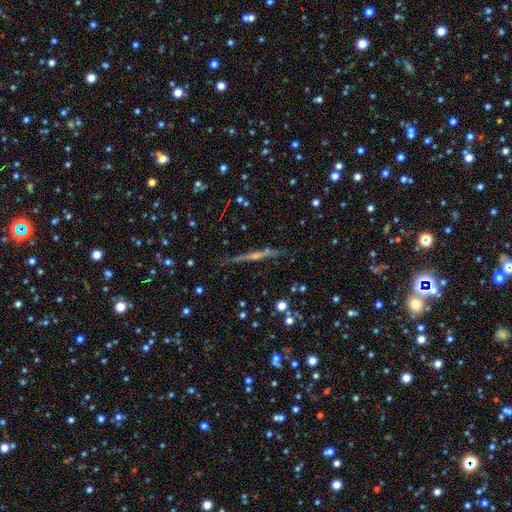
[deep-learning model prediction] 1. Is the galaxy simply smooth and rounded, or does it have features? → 67% featured or disk, 21% smooth, 12% star or artifact.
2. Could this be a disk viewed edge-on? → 96% yes, 4% no.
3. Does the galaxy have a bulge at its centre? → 59% rounded, 33% none, 9% boxy.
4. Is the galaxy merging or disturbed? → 81% none, 13% minor disturbance, 3% major disturbance, 3% merger.